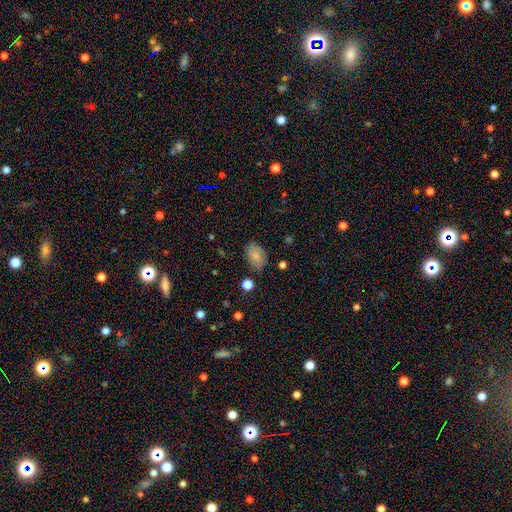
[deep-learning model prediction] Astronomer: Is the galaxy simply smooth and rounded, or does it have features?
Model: smooth — 78%.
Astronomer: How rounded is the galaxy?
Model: in between — 85%.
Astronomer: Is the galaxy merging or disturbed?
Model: none — 76%.